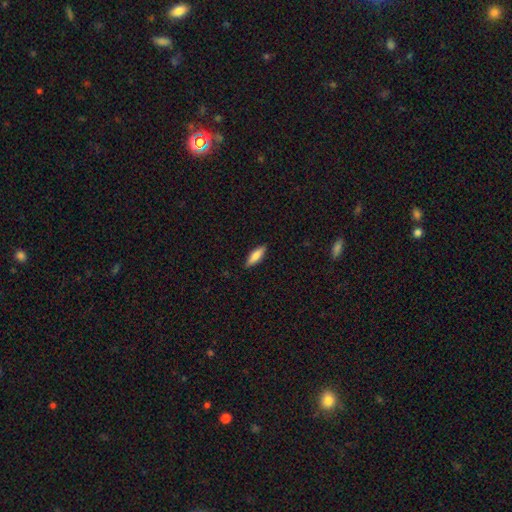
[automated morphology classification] smooth-or-featured: smooth: 82% | featured or disk: 12% | star or artifact: 6%
  how-rounded: in between: 53% | cigar-shaped: 45% | round: 2%
  merging: none: 87% | minor disturbance: 10% | major disturbance: 2% | merger: 1%